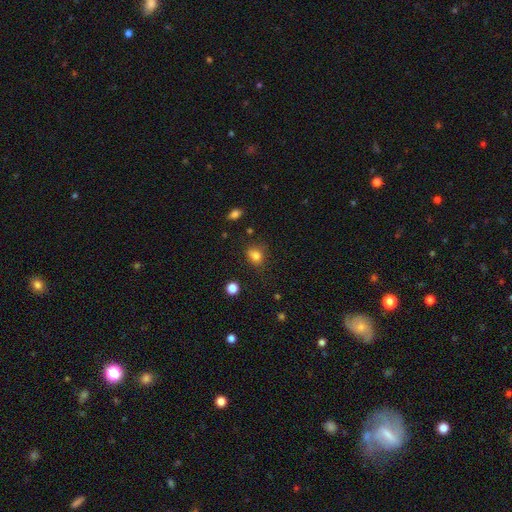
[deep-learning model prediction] smooth 80%, star or artifact 12%, featured or disk 7%. Down the decision tree: how rounded — round (53%); merging — none (68%).